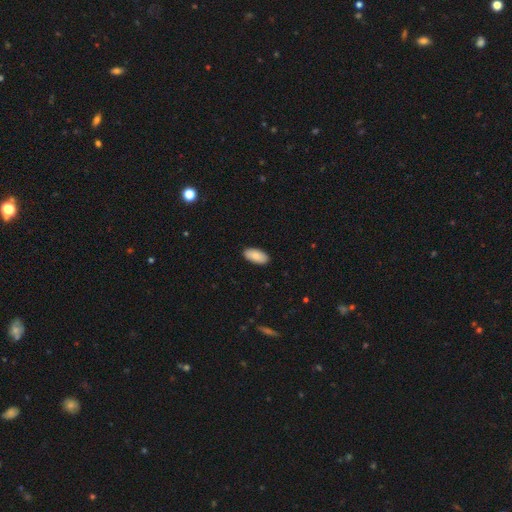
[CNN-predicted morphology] A smooth galaxy with no disk features (89%) that is in between round and cigar-shaped (94%).

Vote fractions:
- Smooth or featured? smooth: 89% / star or artifact: 6% / featured or disk: 5%
- How rounded? in between: 94% / cigar-shaped: 4% / round: 2%
- Merging? none: 90% / minor disturbance: 7% / major disturbance: 2% / merger: 1%